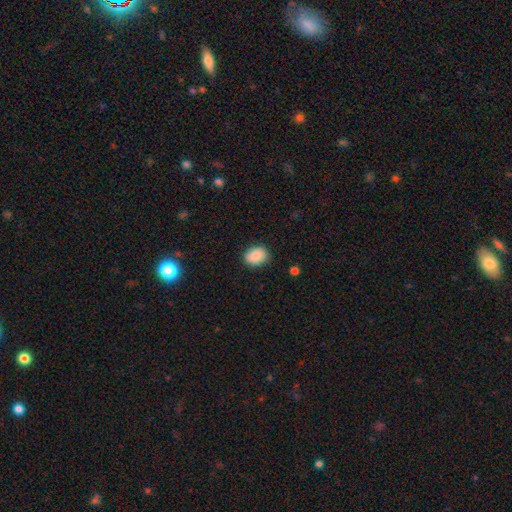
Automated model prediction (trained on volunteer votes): Smooth or featured? Predicted: smooth (p=0.87). How rounded? Predicted: in between (p=0.57). Merging? Predicted: none (p=0.83).